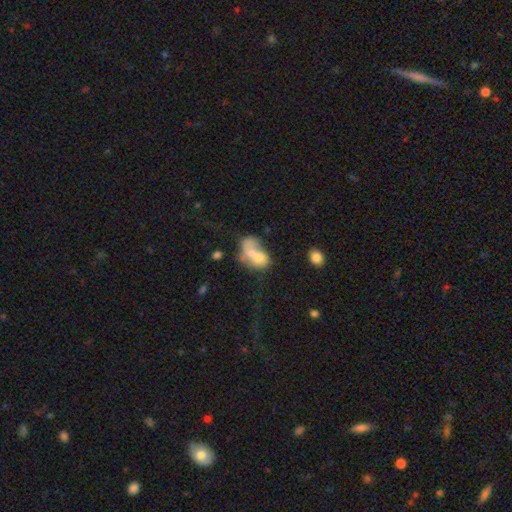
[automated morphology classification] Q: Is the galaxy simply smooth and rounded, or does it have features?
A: smooth — 63%.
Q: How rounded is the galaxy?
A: in between — 66%.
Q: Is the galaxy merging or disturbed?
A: merger — 76%.